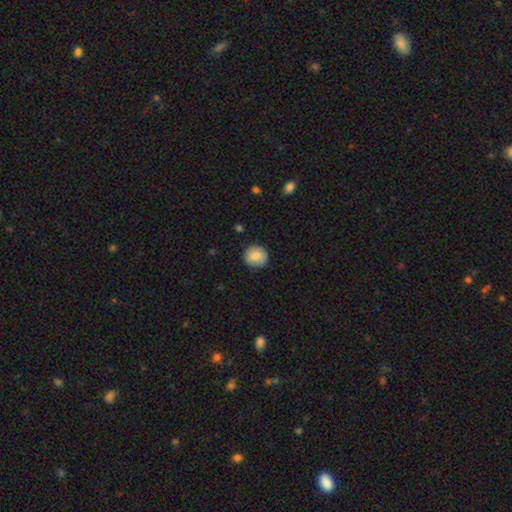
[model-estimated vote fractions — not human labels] A smooth galaxy with no disk features (81%) that is round (90%).

Vote fractions:
- Smooth or featured? smooth: 81% / featured or disk: 12% / star or artifact: 8%
- How rounded? round: 90% / in between: 9% / cigar-shaped: 1%
- Merging? none: 88% / minor disturbance: 9% / major disturbance: 2% / merger: 1%